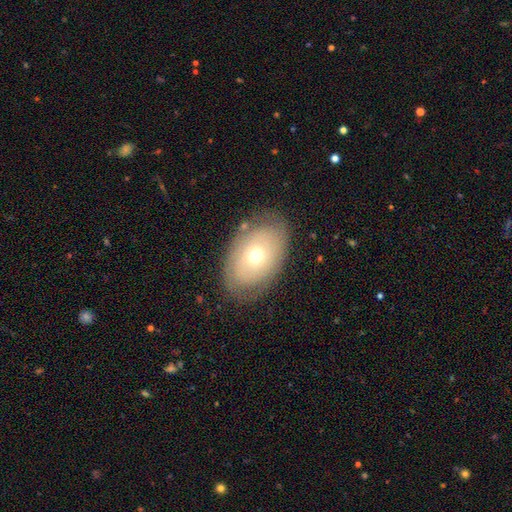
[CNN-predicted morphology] Smooth or featured? smooth (49%)
Merging? none (78%)